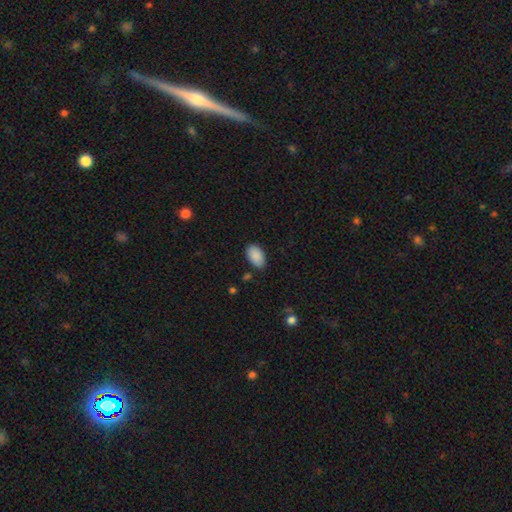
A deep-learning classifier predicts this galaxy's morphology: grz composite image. It shows a smooth galaxy with no disk features (89%) that is in between round and cigar-shaped (93%). Merging: none (84%).